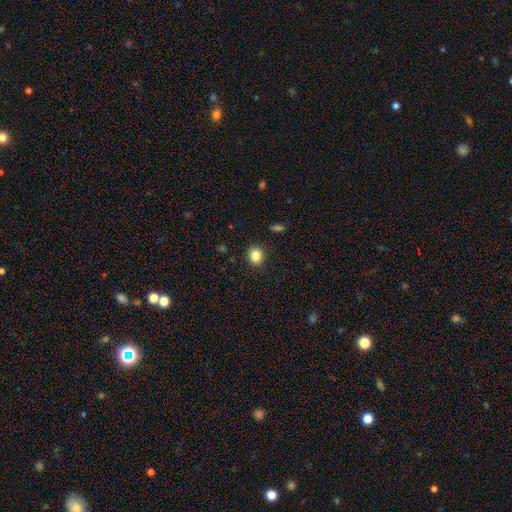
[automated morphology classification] A smooth galaxy with no disk features (85%) that is round (67%). Merging: none (91%).